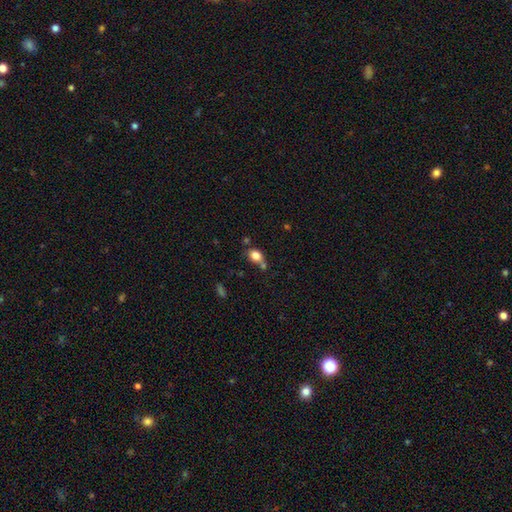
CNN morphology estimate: A smooth galaxy with no disk features (81%) that is in between round and cigar-shaped (61%). Merging: none (54%).